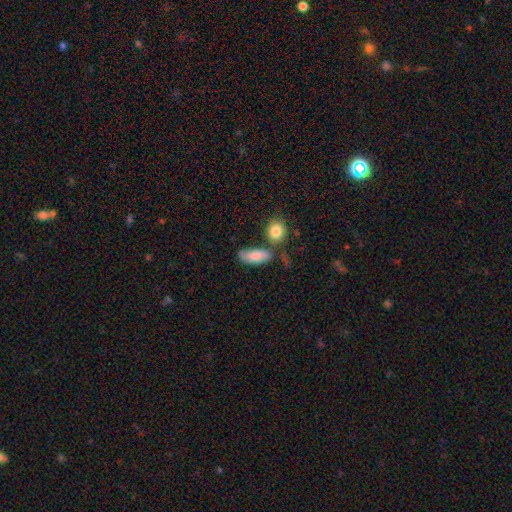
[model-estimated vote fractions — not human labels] Smooth or featured?
  - smooth: 79% *
  - featured or disk: 14%
  - star or artifact: 7%
How rounded?
  - in between: 83% *
  - cigar-shaped: 13%
  - round: 5%
Merging?
  - none: 54% *
  - minor disturbance: 20%
  - merger: 18%
  - major disturbance: 7%